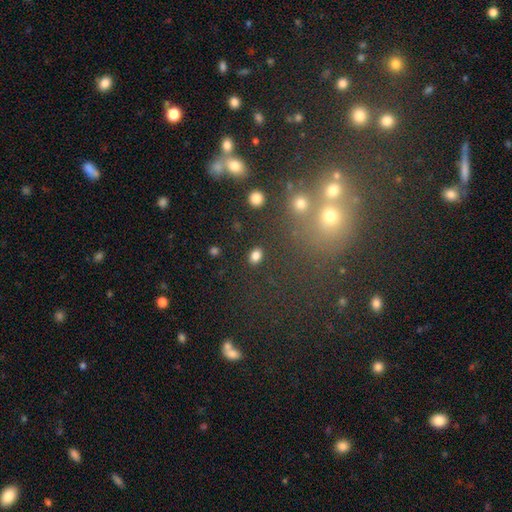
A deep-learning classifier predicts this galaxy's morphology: smooth 83%, star or artifact 12%, featured or disk 6%. Down the decision tree: how rounded — in between (74%); merging — none (87%).